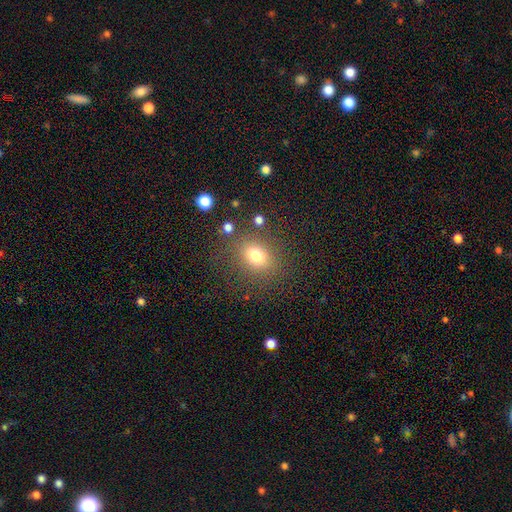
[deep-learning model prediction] Smooth or featured?
  - smooth: 74% *
  - star or artifact: 15%
  - featured or disk: 11%
How rounded?
  - round: 56% *
  - in between: 43%
  - cigar-shaped: 1%
Merging?
  - none: 78% *
  - minor disturbance: 12%
  - major disturbance: 7%
  - merger: 3%